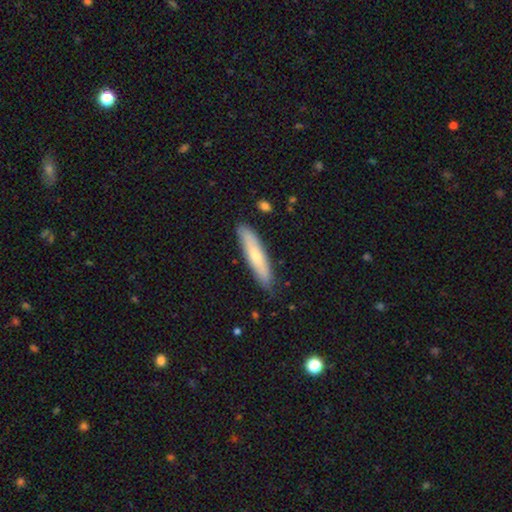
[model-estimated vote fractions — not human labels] Smooth or featured: smooth — 64% (featured or disk — 30%)
How rounded: cigar-shaped — 84% (in between — 15%)
Merging: none — 85% (minor disturbance — 12%)